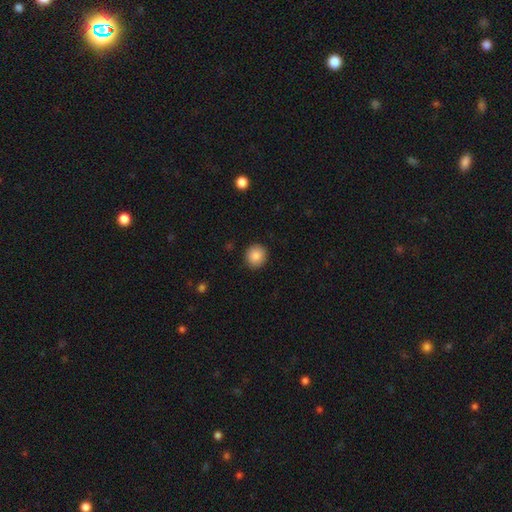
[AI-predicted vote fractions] This is clearly a smooth galaxy (87%). How rounded: clearly round (89%). Merging: clearly none (91%).